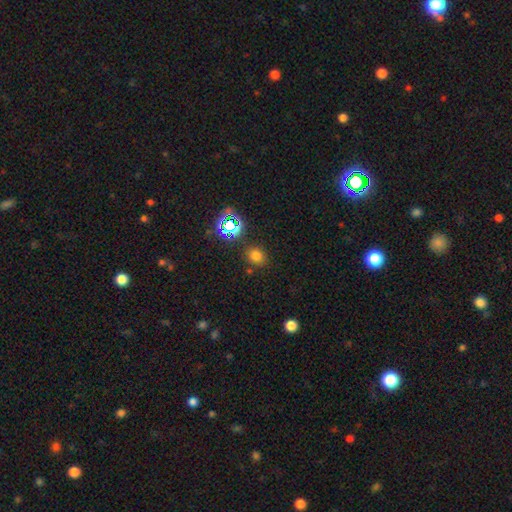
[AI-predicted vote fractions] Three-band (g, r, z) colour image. It shows a smooth galaxy with no disk features (69%) that is round (69%). Merging: none (82%).